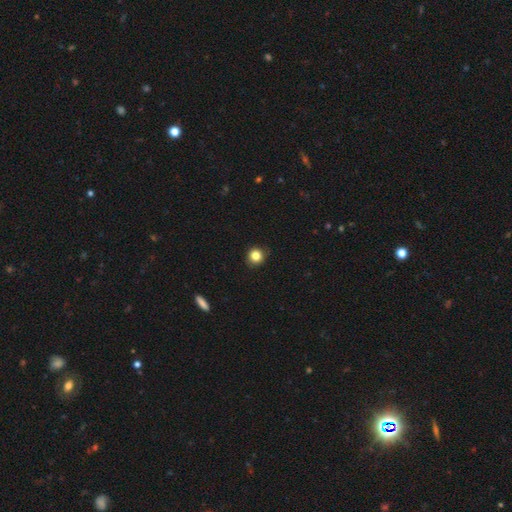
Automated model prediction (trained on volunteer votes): smooth_or_featured: smooth (p=0.84) [alt: star or artifact p=0.11]
how_rounded: round (p=0.92) [alt: in between p=0.07]
merging: none (p=0.89) [alt: minor disturbance p=0.08]